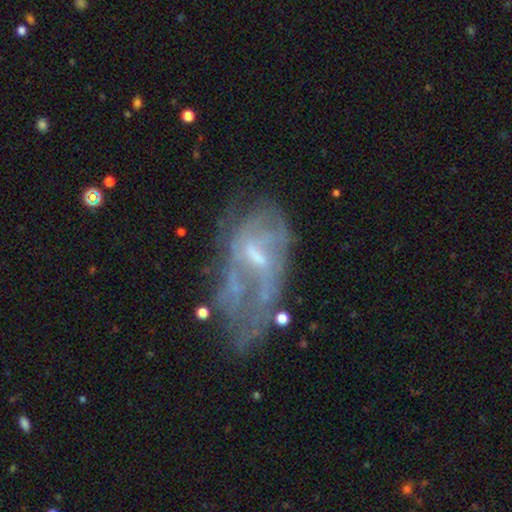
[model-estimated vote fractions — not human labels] A featured or disk galaxy (69%) with a weak bar (46%), spiral arms (53%) and a small central bulge (51%).

Vote fractions:
- Smooth or featured? featured or disk: 69% / smooth: 19% / star or artifact: 13%
- Edge-on disk? no: 94% / yes: 6%
- Bar? weak: 46% / no: 42% / strong: 12%
- Spiral arms? yes: 53% / no: 47%
- Bulge size? small: 51% / moderate: 29% / none: 17% / large: 2% / dominant: 1%
- Merging? none: 36% / major disturbance: 32% / minor disturbance: 24% / merger: 8%